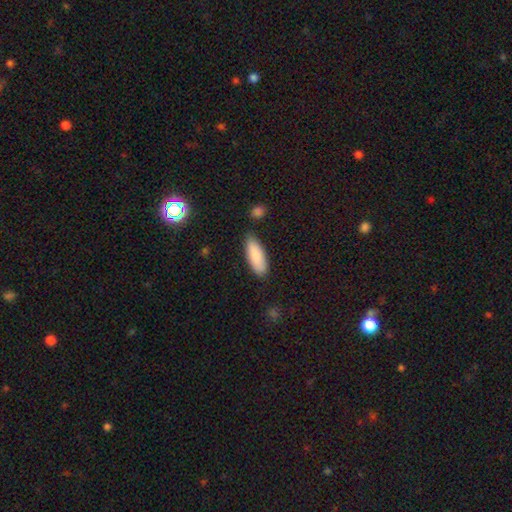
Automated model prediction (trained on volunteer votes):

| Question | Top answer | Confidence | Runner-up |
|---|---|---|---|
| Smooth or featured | smooth | 87% | featured or disk (7%) |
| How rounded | in between | 69% | cigar-shaped (30%) |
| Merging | none | 79% | minor disturbance (15%) |